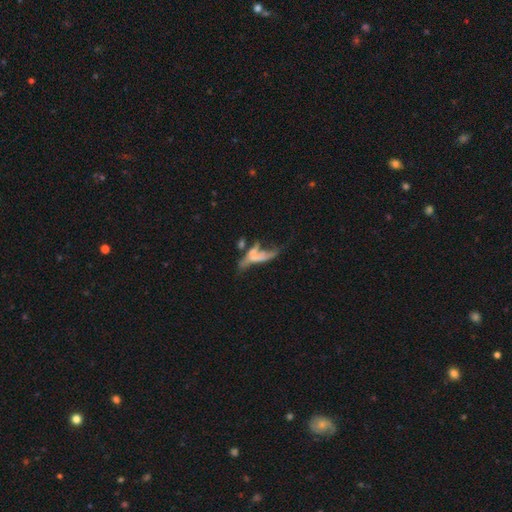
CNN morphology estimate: Q: Smooth or featured?
A: featured or disk (45%); runner-up: smooth (42%)
Q: Merging?
A: merger (43%); runner-up: major disturbance (29%)